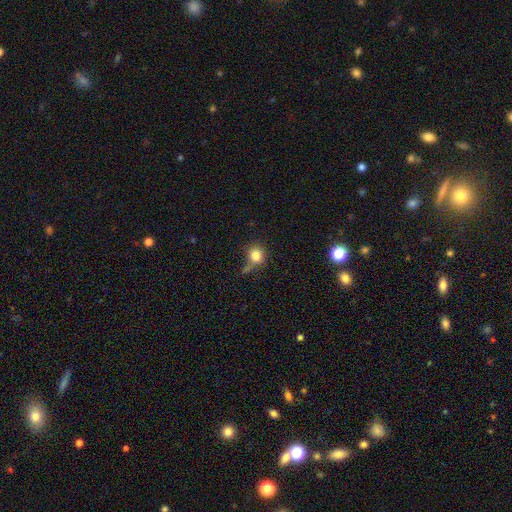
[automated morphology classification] smooth-or-featured: smooth: 81% | star or artifact: 11% | featured or disk: 7%
  how-rounded: round: 83% | in between: 16% | cigar-shaped: 1%
  merging: none: 62% | minor disturbance: 19% | merger: 12% | major disturbance: 7%